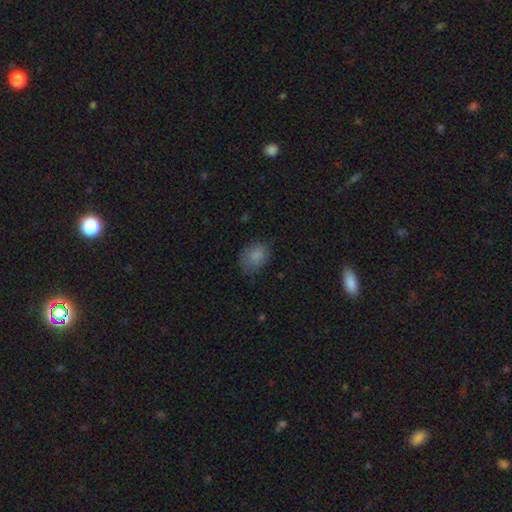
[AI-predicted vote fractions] Smooth or featured? smooth (85%)
How rounded? in between (72%)
Merging? none (74%)